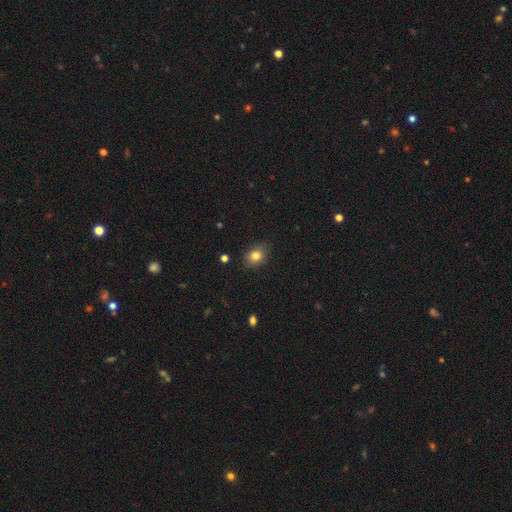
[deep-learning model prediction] Morphology: type=smooth (81%); roundness=in between (57%); merging=none (84%).